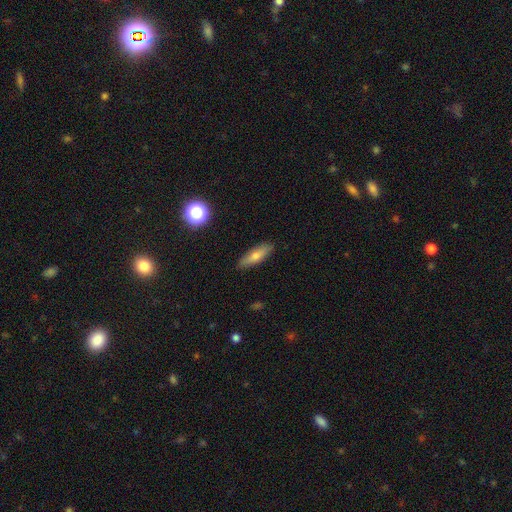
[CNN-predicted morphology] type=smooth (63%); roundness=cigar-shaped (59%); merging=none (88%).